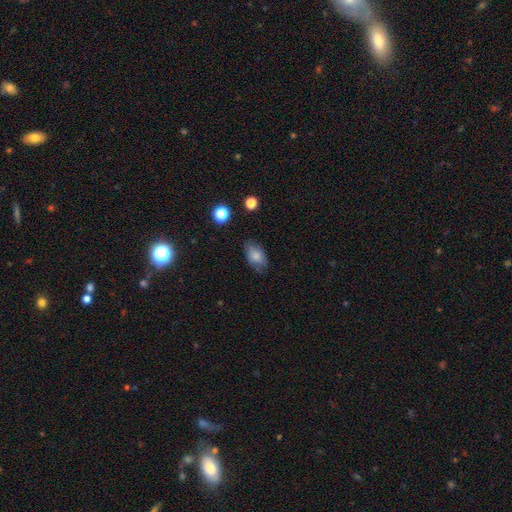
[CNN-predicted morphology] The model was most divided on "merging": none: 73%, minor disturbance: 21%, major disturbance: 5%, merger: 1%. More confident: how rounded — in between (89%); smooth or featured — smooth (78%).